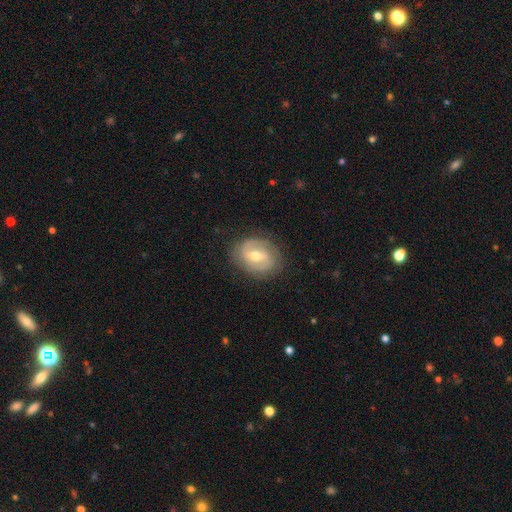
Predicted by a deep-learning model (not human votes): Smooth or featured? Predicted: featured or disk (p=0.69). Edge-on disk? Predicted: no (p=0.96). Bar? Predicted: weak (p=0.49). Spiral arms? Predicted: yes (p=0.78). Spiral winding? Predicted: tight (p=0.43). Spiral arm count? Predicted: 2 (p=0.73). Bulge size? Predicted: moderate (p=0.65). Merging? Predicted: none (p=0.80).